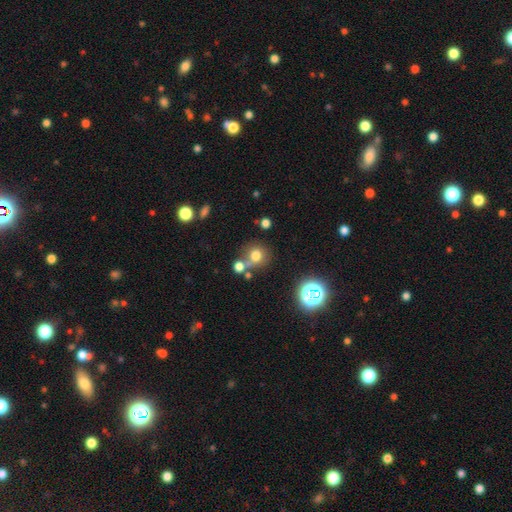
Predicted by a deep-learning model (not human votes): A smooth galaxy with no disk features (71%) that is round (85%).

Vote fractions:
- Smooth or featured? smooth: 71% / star or artifact: 18% / featured or disk: 11%
- How rounded? round: 85% / in between: 14% / cigar-shaped: 1%
- Merging? none: 59% / merger: 25% / minor disturbance: 11% / major disturbance: 5%